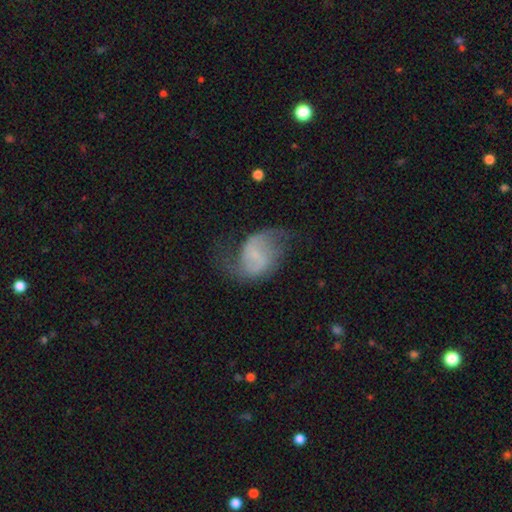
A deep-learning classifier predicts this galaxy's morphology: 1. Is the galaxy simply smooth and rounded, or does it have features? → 75% featured or disk, 17% smooth, 8% star or artifact.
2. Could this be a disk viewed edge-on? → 97% no, 3% yes.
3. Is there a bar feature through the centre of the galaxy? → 44% no, 43% weak, 14% strong.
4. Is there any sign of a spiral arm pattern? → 91% yes, 9% no.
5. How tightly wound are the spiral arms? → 54% loose, 37% medium, 9% tight.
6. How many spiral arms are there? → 89% 2, 5% can't tell, 3% 1, 1% 3, 1% 4, 1% more than 4.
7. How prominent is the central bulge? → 65% small, 19% none, 13% moderate, 2% large, 1% dominant.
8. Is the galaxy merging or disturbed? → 56% none, 21% major disturbance, 20% minor disturbance, 2% merger.